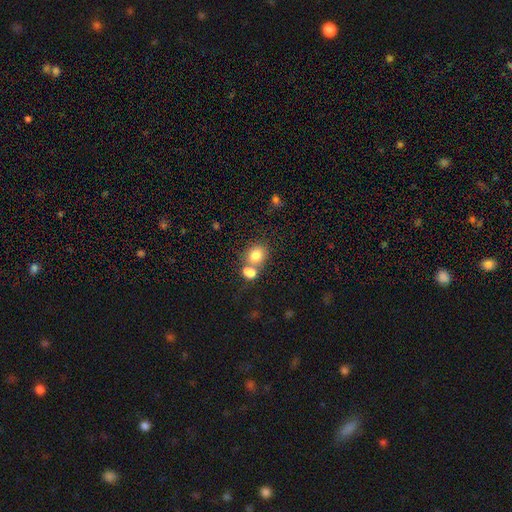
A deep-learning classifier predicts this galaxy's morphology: Smooth or featured? smooth (79%)
How rounded? round (64%)
Merging? none (44%, tied with merger)